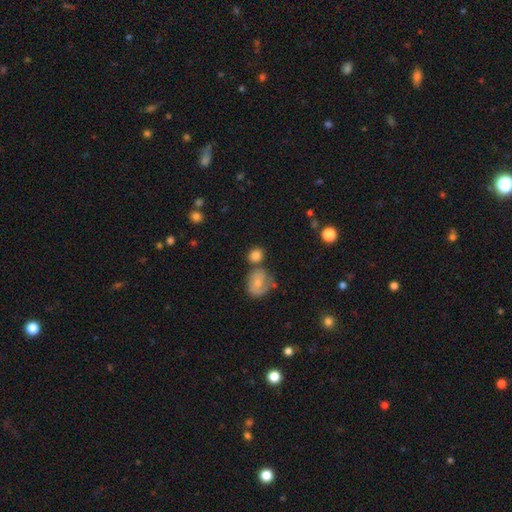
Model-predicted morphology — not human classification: The model was most divided on "merging": none: 58%, merger: 23%, minor disturbance: 14%, major disturbance: 5%. More confident: smooth or featured — smooth (79%); how rounded — round (72%).